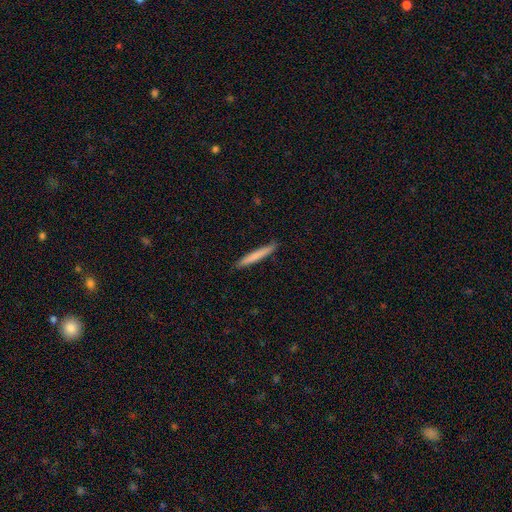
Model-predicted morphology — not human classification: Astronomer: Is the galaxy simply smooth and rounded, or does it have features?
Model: smooth — 72%.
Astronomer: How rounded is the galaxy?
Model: cigar-shaped — 96%.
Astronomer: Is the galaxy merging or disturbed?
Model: none — 90%.